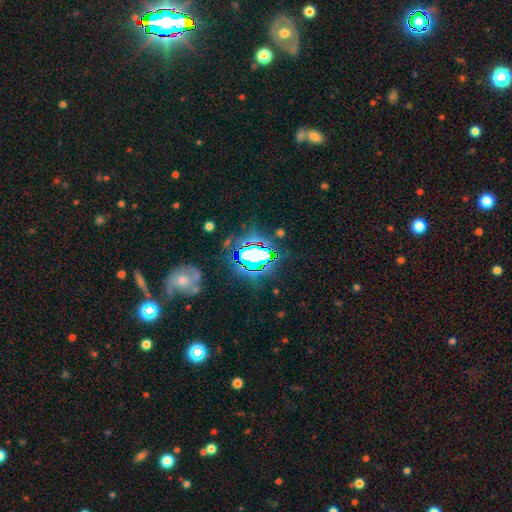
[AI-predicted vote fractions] The model was most divided on "smooth or featured": star or artifact: 63%, smooth: 19%, featured or disk: 18%.